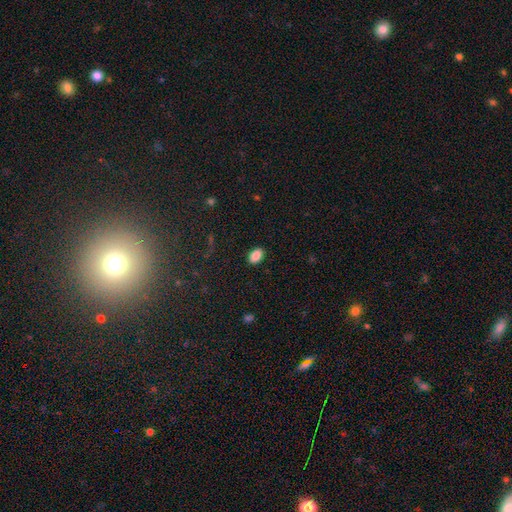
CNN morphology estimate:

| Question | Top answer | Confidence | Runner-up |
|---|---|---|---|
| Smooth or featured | smooth | 88% | star or artifact (8%) |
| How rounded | in between | 89% | round (10%) |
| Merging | none | 89% | minor disturbance (8%) |